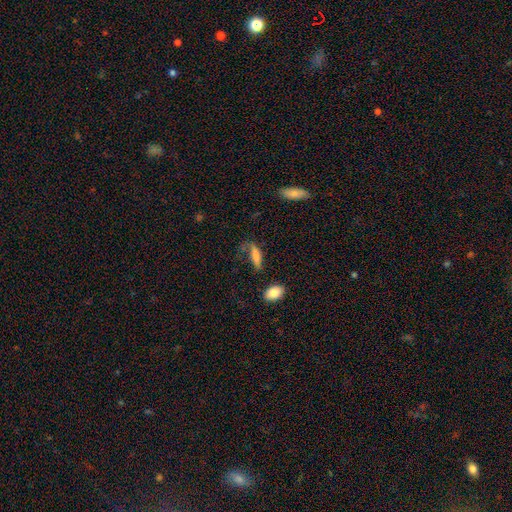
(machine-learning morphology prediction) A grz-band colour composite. It shows a smooth galaxy with no disk features (72%) that is in between round and cigar-shaped (52%). Merging: none (40%).